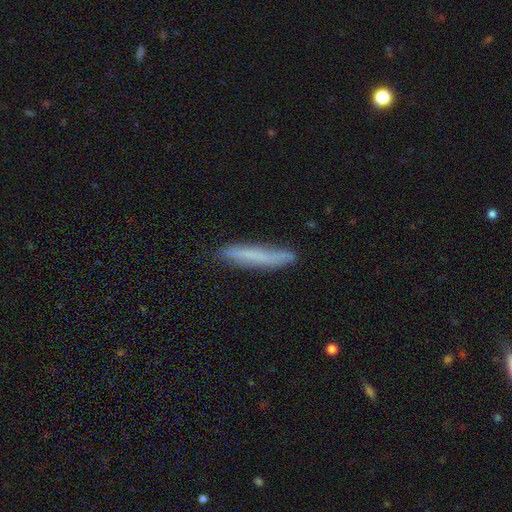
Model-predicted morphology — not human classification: Smooth or featured: smooth — 64% (featured or disk — 29%)
How rounded: cigar-shaped — 93% (in between — 5%)
Merging: none — 81% (minor disturbance — 15%)